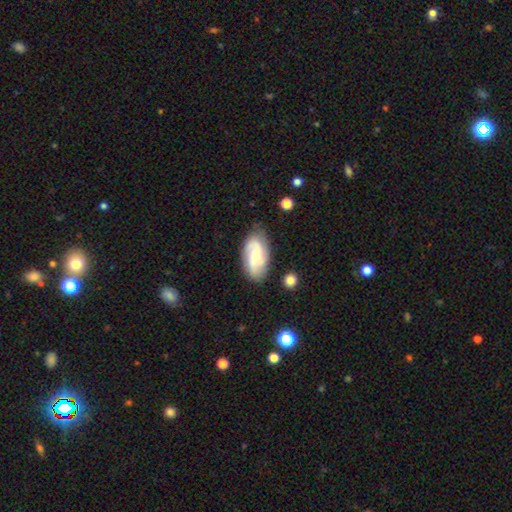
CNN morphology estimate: Smooth or featured? Predicted: featured or disk (p=0.61). Edge-on disk? Predicted: no (p=0.95). Bar? Predicted: no (p=0.57). Spiral arms? Predicted: yes (p=0.92). Spiral winding? Predicted: medium (p=0.45). Spiral arm count? Predicted: 2 (p=0.57). Bulge size? Predicted: small (p=0.52). Merging? Predicted: none (p=0.74).